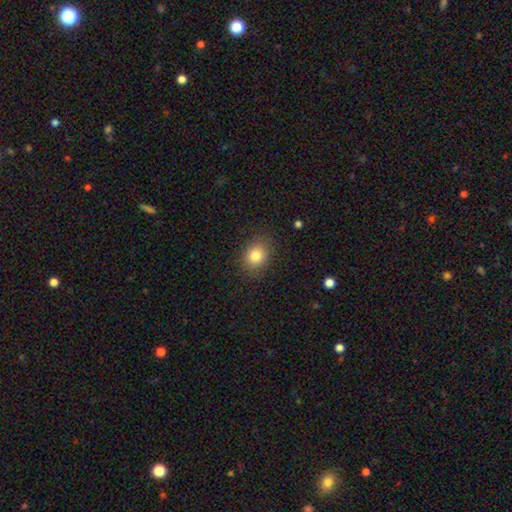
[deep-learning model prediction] Smooth or featured? smooth (82%)
How rounded? round (54%)
Merging? none (85%)